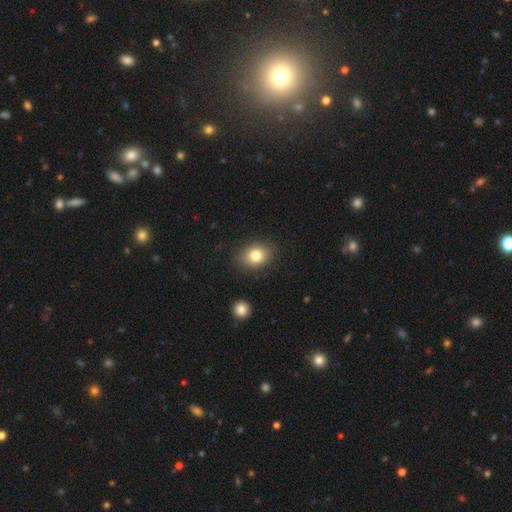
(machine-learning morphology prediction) type=smooth (80%); roundness=in between (56%); merging=none (87%).